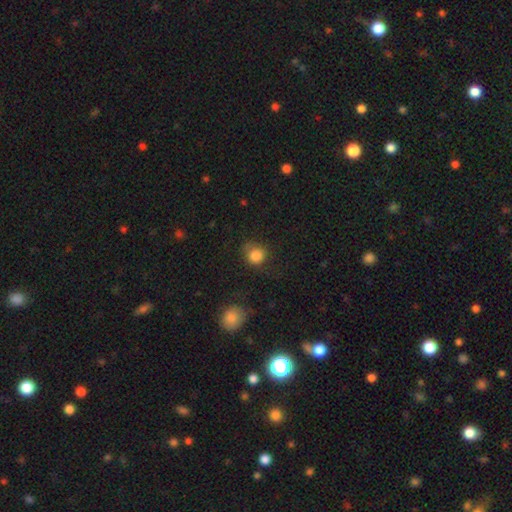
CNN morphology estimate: Q: Smooth or featured?
A: smooth (84%); runner-up: star or artifact (11%)
Q: How rounded?
A: round (82%); runner-up: in between (17%)
Q: Merging?
A: none (64%); runner-up: minor disturbance (23%)